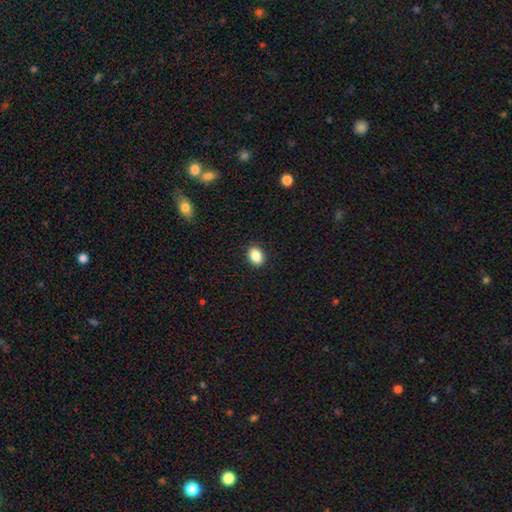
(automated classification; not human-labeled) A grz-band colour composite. It shows a smooth galaxy with no disk features (87%) that is in between round and cigar-shaped (75%). Merging: none (89%).